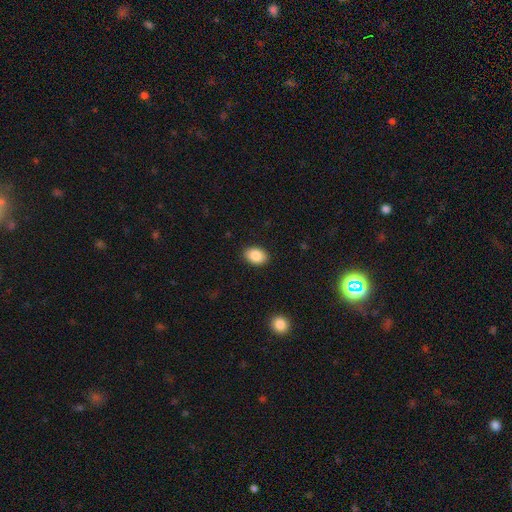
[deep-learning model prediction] smooth-or-featured: smooth: 87% | star or artifact: 7% | featured or disk: 6%
  how-rounded: in between: 82% | round: 17% | cigar-shaped: 1%
  merging: none: 89% | minor disturbance: 8% | major disturbance: 2% | merger: 1%